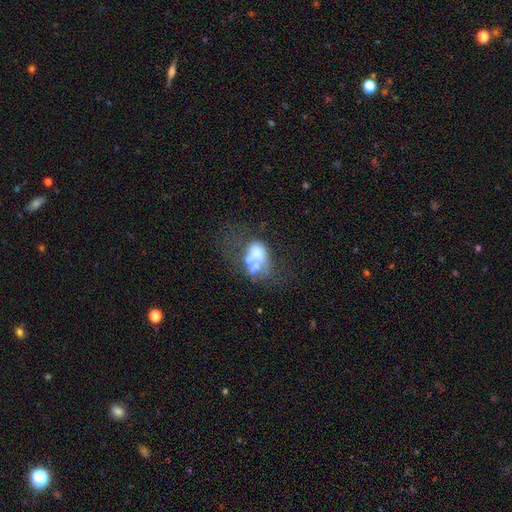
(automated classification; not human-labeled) Smooth or featured?
  - featured or disk: 48% *
  - smooth: 39%
  - star or artifact: 12%
Merging?
  - merger: 51% *
  - major disturbance: 24%
  - none: 15%
  - minor disturbance: 10%